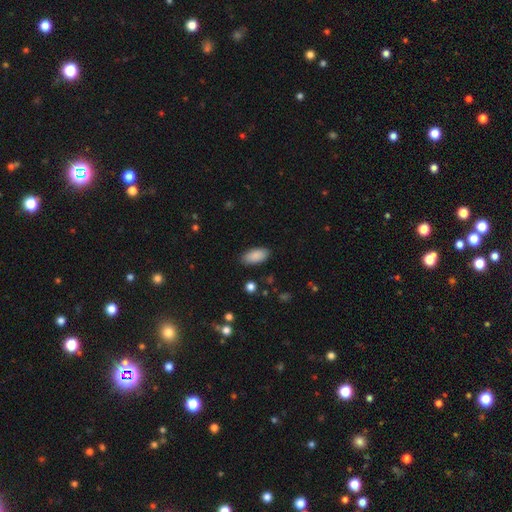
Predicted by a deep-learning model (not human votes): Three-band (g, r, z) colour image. It shows a smooth galaxy with no disk features (89%) that is in between round and cigar-shaped (92%). Merging: none (87%).